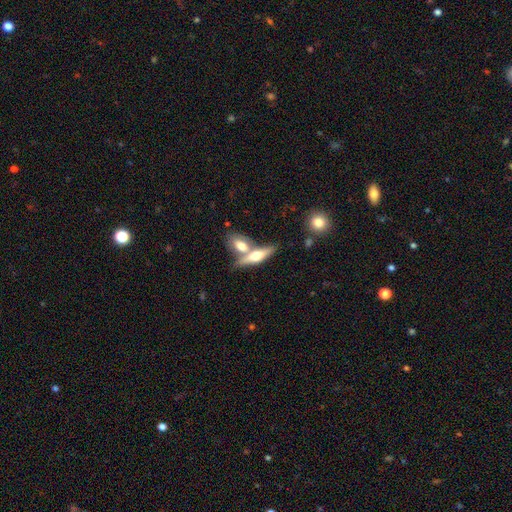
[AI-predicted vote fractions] Morphology: type=featured or disk (52%); edge-on=yes (88%); merging=merger (48%).